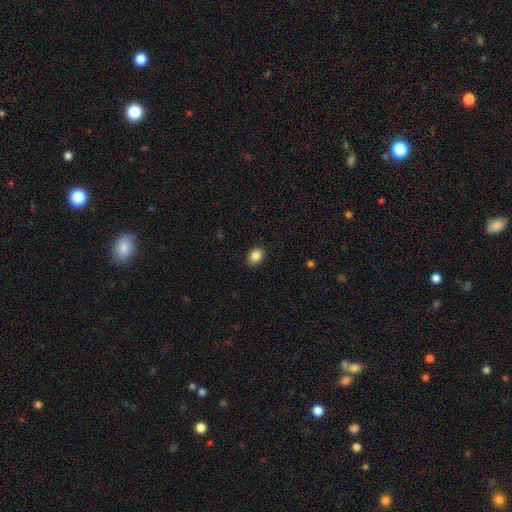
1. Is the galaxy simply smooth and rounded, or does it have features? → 95% smooth, 3% featured or disk, 3% star or artifact.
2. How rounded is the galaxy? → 51% round, 49% in between, 0% cigar-shaped.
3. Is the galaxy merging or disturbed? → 95% none, 3% minor disturbance, 3% major disturbance, 0% merger.